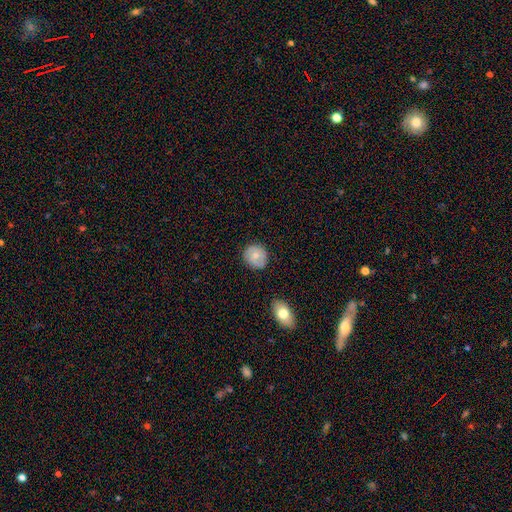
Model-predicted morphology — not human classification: Smooth or featured? Predicted: smooth (p=0.60). How rounded? Predicted: round (p=0.81). Merging? Predicted: none (p=0.81).